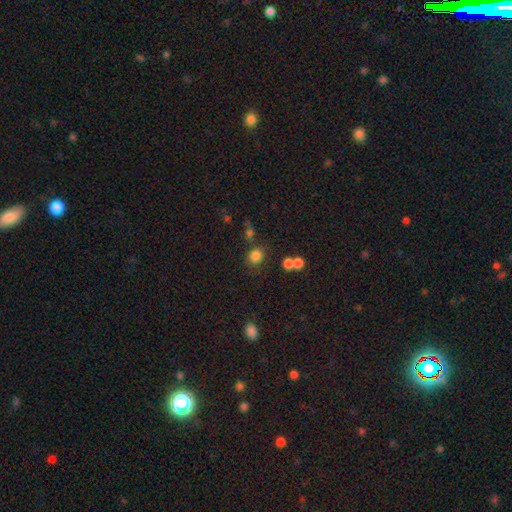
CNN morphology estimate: smooth 81%, star or artifact 14%, featured or disk 5%. Down the decision tree: how rounded — round (69%); merging — none (74%).